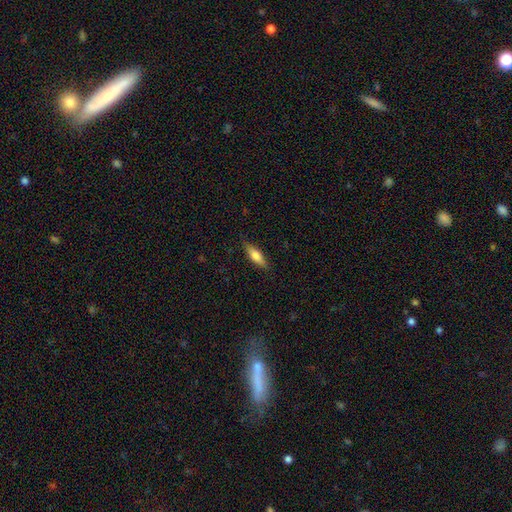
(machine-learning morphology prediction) The model was most divided on "how rounded": cigar-shaped: 50%, in between: 48%, round: 2%. More confident: merging — none (84%); smooth or featured — smooth (70%).